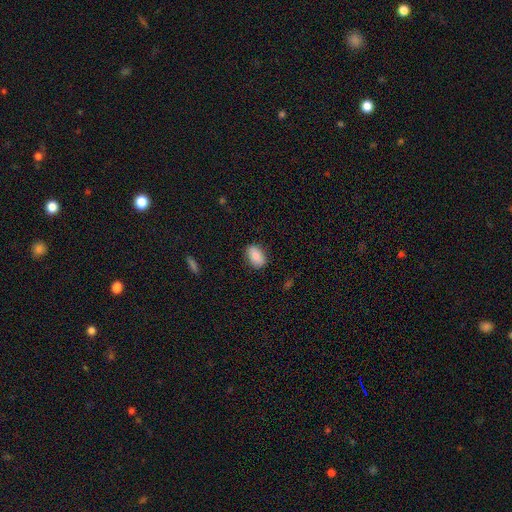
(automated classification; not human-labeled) Overall: smooth (86%). How rounded: in between (88%). Merging: none (84%).